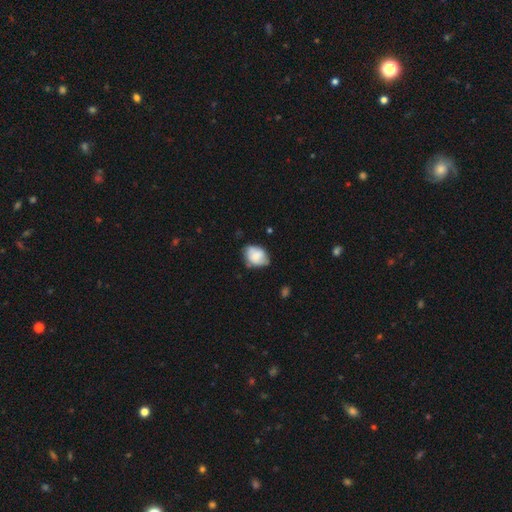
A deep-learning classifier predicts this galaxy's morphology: type=smooth (70%); roundness=in between (69%); merging=none (56%).